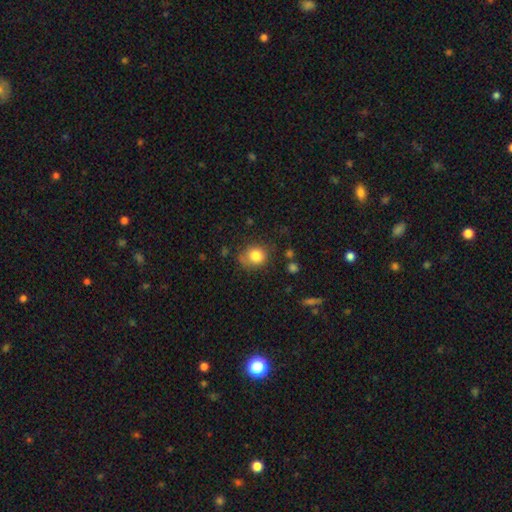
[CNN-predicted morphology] The model was most divided on "merging": none: 66%, minor disturbance: 23%, major disturbance: 8%, merger: 3%. More confident: smooth or featured — smooth (82%); how rounded — round (72%).